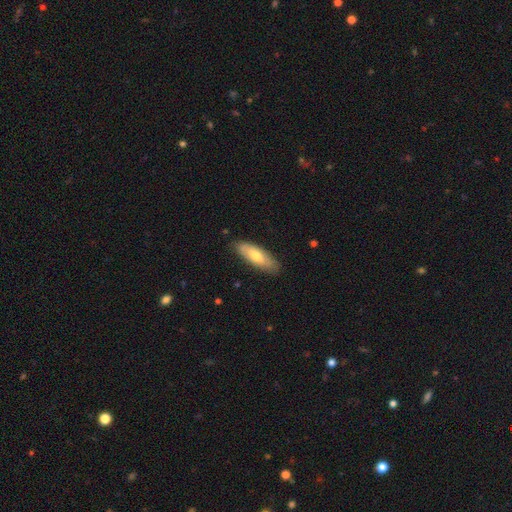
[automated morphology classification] Smooth or featured? smooth (58%)
How rounded? in between (63%)
Merging? none (84%)